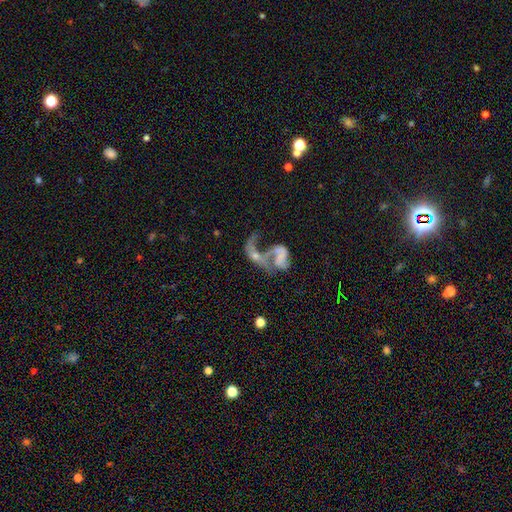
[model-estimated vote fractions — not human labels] This is likely a featured or disk galaxy (62%). It is clearly not viewed edge-on (95%). Bar: likely no (75%). Spiral arm pattern: possibly yes (55%). Central bulge: marginally none (45%). Merging: possibly merger (59%).